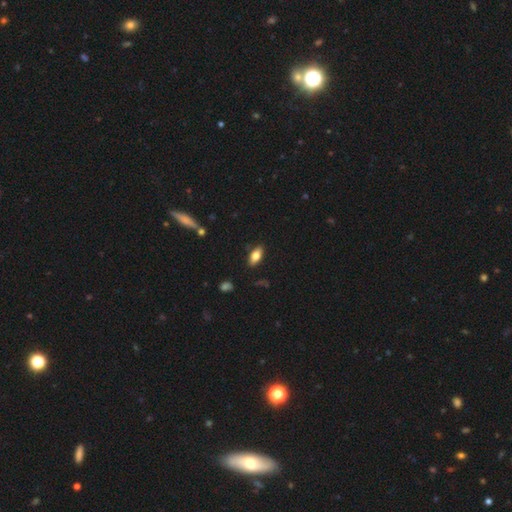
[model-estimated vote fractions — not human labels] This appears to be a smooth galaxy with no disk features (75%) that is in between round and cigar-shaped (86%). Merging: none (85%).